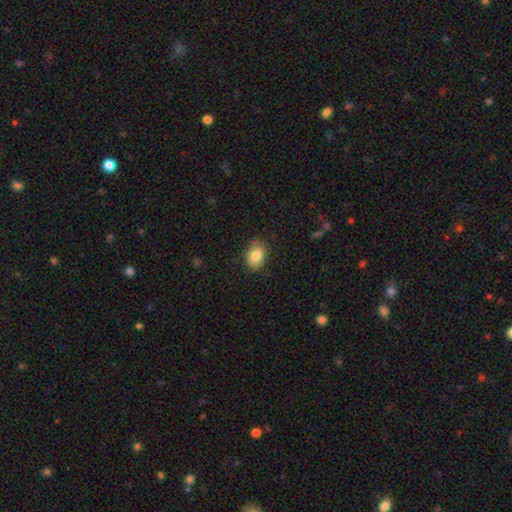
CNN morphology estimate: This is clearly a smooth galaxy (84%). How rounded: likely in between (75%). Merging: clearly none (85%).